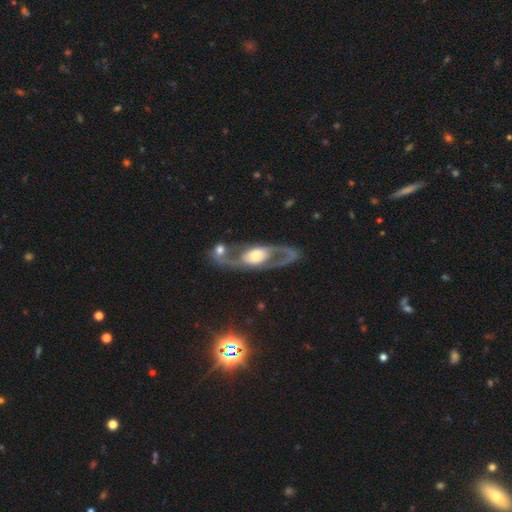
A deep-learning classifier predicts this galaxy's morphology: This appears to be a featured or disk galaxy (82%) with no bar (63%), 2 (87%) medium (45%) spiral arms (82%) and a moderate central bulge (47%). Merging: none (57%).